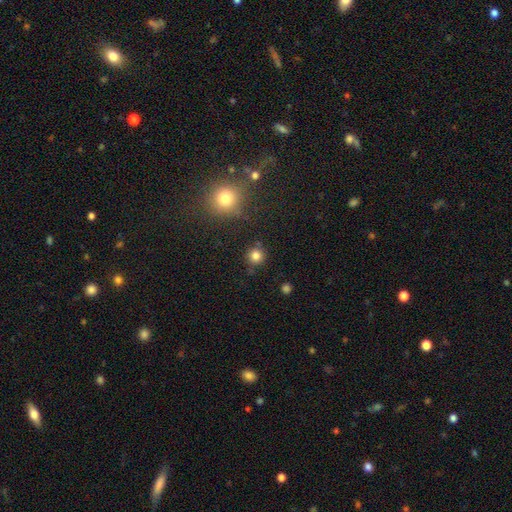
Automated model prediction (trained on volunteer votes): smooth_or_featured: smooth (p=0.82) [alt: star or artifact p=0.14]
how_rounded: round (p=0.94) [alt: in between p=0.05]
merging: none (p=0.86) [alt: minor disturbance p=0.07]